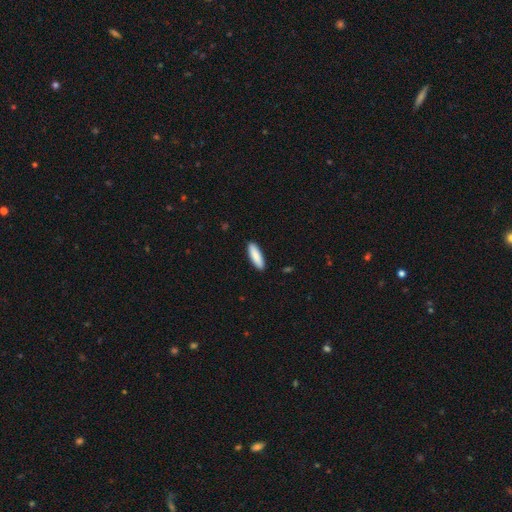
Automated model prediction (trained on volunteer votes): smooth-or-featured: smooth: 89% | featured or disk: 6% | star or artifact: 5%
  how-rounded: cigar-shaped: 54% | in between: 45% | round: 1%
  merging: none: 91% | minor disturbance: 7% | major disturbance: 1% | merger: 1%